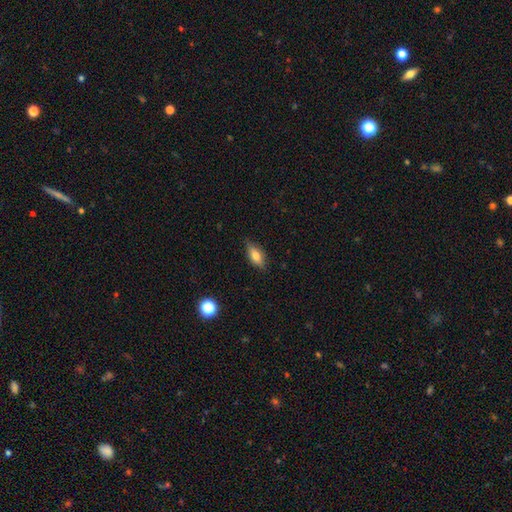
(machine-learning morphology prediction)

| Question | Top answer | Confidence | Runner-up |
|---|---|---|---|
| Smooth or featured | smooth | 67% | featured or disk (25%) |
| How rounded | in between | 75% | cigar-shaped (20%) |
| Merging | none | 81% | minor disturbance (15%) |